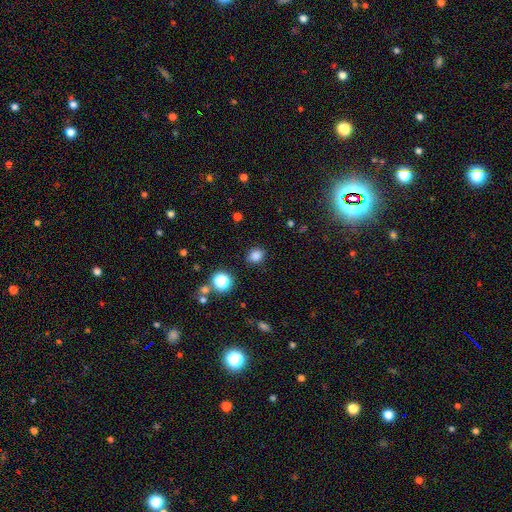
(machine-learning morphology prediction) Smooth or featured? smooth (81%)
How rounded? round (61%)
Merging? none (85%)